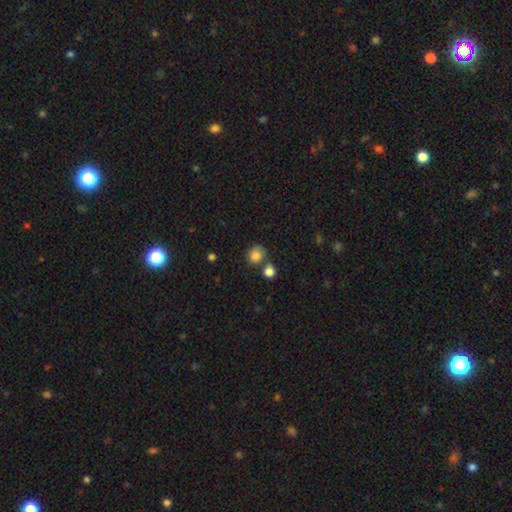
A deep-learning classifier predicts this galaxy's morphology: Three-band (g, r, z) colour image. It shows a smooth galaxy with no disk features (83%) that is round (73%). Merging: none (59%).